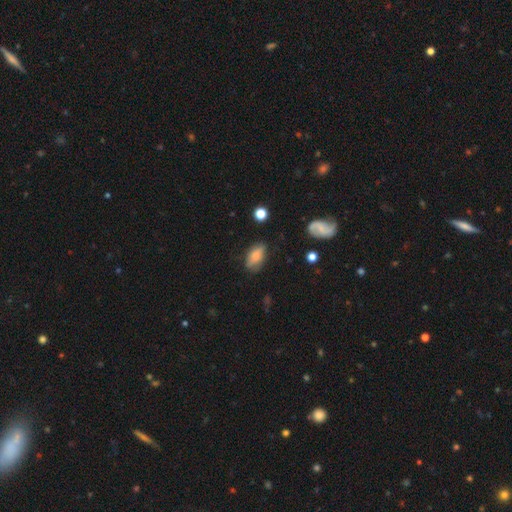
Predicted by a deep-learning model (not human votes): Smooth or featured? Predicted: smooth (p=0.75). How rounded? Predicted: in between (p=0.88). Merging? Predicted: none (p=0.66).